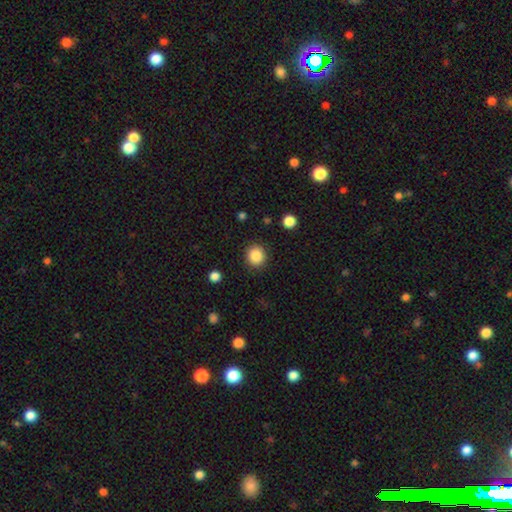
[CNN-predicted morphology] A smooth galaxy with no disk features (86%) that is round (88%).

Vote fractions:
- Smooth or featured? smooth: 86% / star or artifact: 10% / featured or disk: 4%
- How rounded? round: 88% / in between: 11% / cigar-shaped: 1%
- Merging? none: 90% / minor disturbance: 7% / major disturbance: 2% / merger: 1%